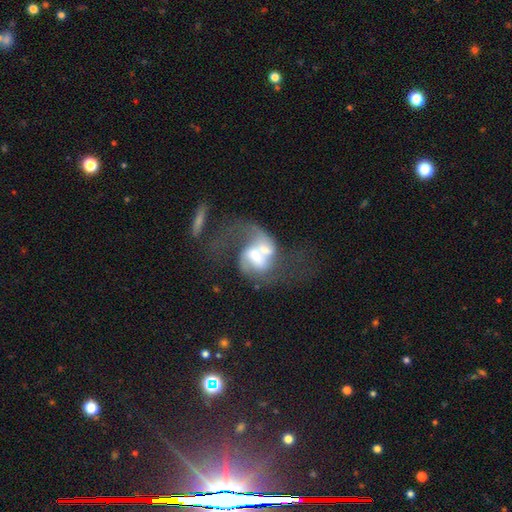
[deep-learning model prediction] A featured or disk galaxy (72%) with no bar (39%, tied with weak), 2 (65%) loose (58%) spiral arms (82%) and a moderate central bulge (51%). Merging: merger (57%).